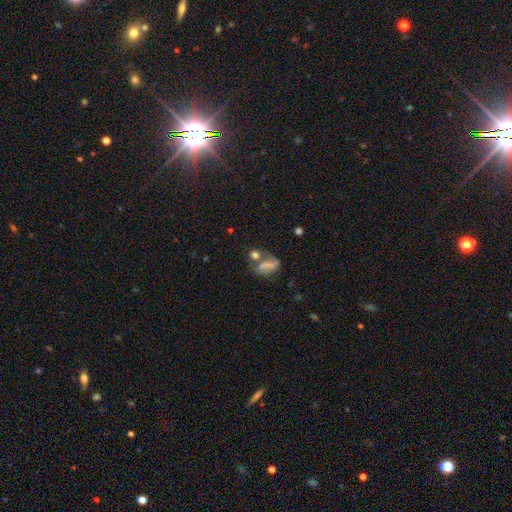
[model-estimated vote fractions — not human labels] Morphology: type=smooth (51%); roundness=in between (59%); merging=none (45%).